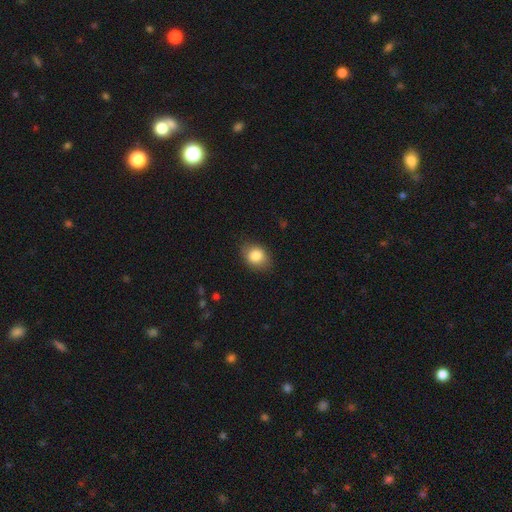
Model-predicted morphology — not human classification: Smooth or featured? Predicted: smooth (p=0.84). How rounded? Predicted: in between (p=0.56). Merging? Predicted: none (p=0.82).